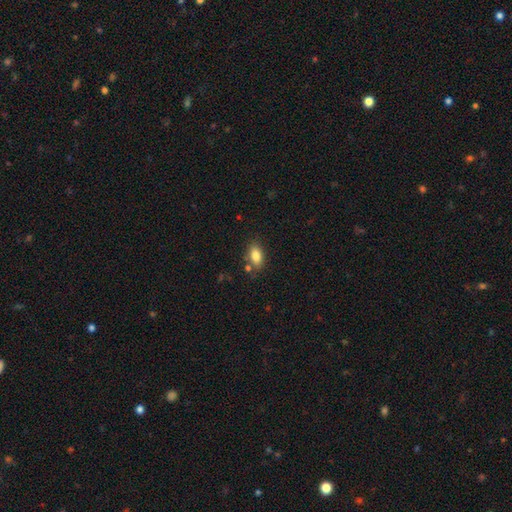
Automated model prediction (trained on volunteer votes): smooth_or_featured: smooth (p=0.84) [alt: star or artifact p=0.08]
how_rounded: in between (p=0.89) [alt: round p=0.06]
merging: none (p=0.77) [alt: minor disturbance p=0.14]